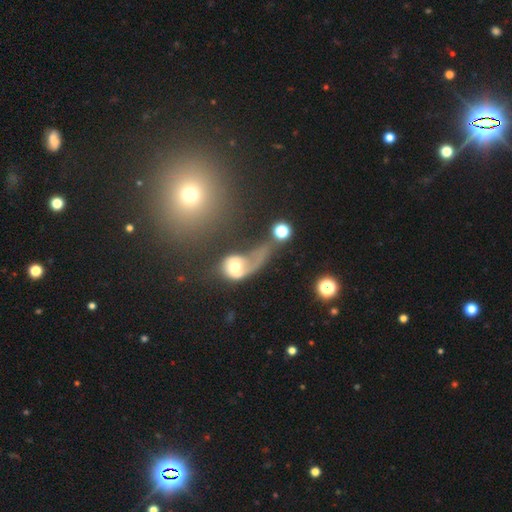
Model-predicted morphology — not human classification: smooth-or-featured: star or artifact: 42% | smooth: 31% | featured or disk: 27%